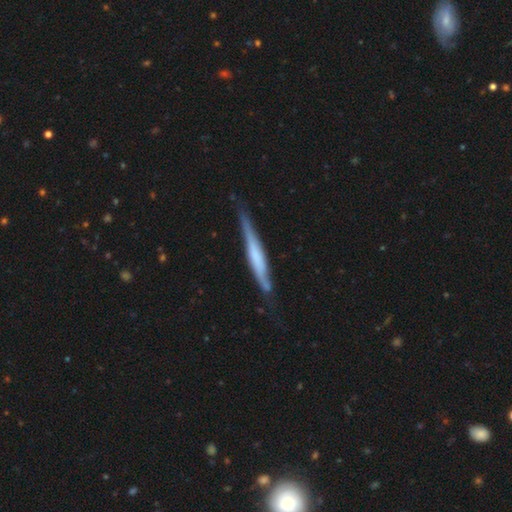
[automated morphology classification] Smooth or featured? featured or disk (57%)
Edge-on disk? yes (92%)
Edge-on bulge? none (52%)
Merging? none (70%)